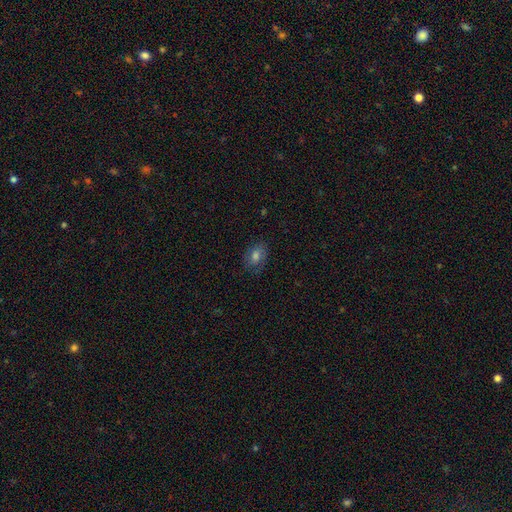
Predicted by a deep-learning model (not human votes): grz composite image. It shows a smooth galaxy with no disk features (63%) that is in between round and cigar-shaped (72%). Merging: none (75%).